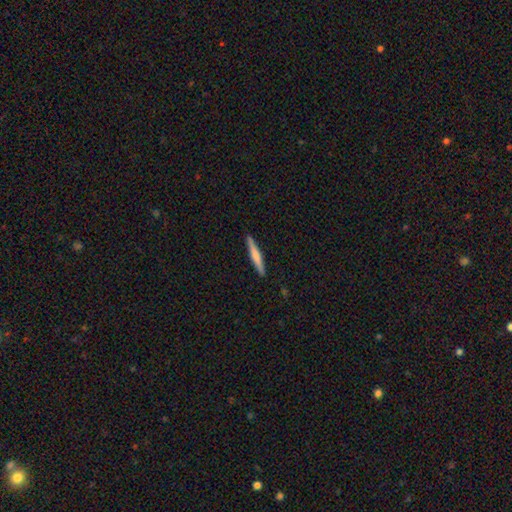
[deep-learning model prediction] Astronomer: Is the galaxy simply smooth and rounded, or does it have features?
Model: smooth — 58% (runner-up: featured or disk, 37%).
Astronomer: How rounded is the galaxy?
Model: cigar-shaped — 95%.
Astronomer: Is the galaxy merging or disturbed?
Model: none — 90%.